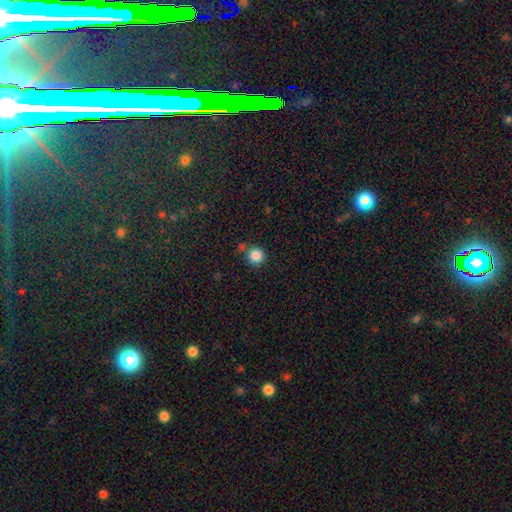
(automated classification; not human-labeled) Smooth or featured? Predicted: smooth (p=0.85). How rounded? Predicted: round (p=0.94). Merging? Predicted: none (p=0.76).